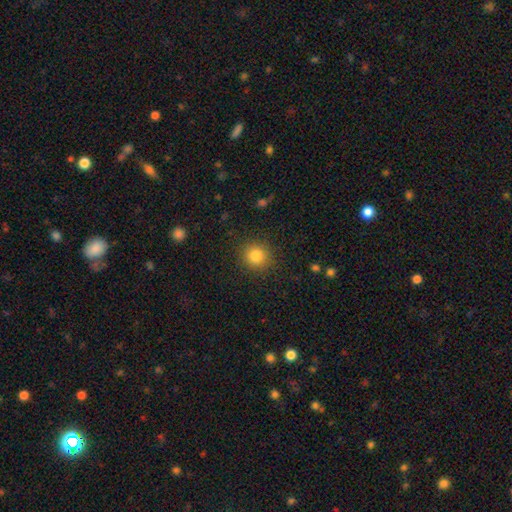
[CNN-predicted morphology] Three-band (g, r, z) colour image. It shows a smooth galaxy with no disk features (83%) that is round (91%). Merging: none (90%).